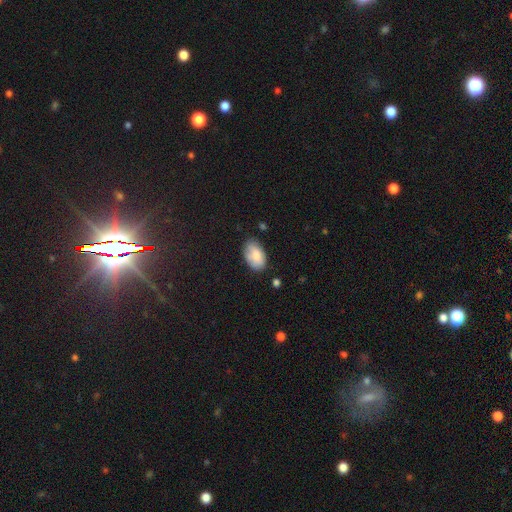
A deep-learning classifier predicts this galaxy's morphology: Smooth or featured: smooth — 79% (featured or disk — 14%)
How rounded: in between — 93% (round — 6%)
Merging: none — 70% (minor disturbance — 22%)